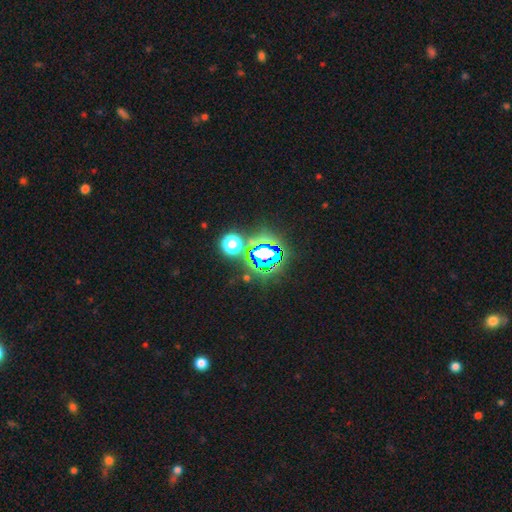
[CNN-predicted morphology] Smooth or featured? star or artifact (72%)